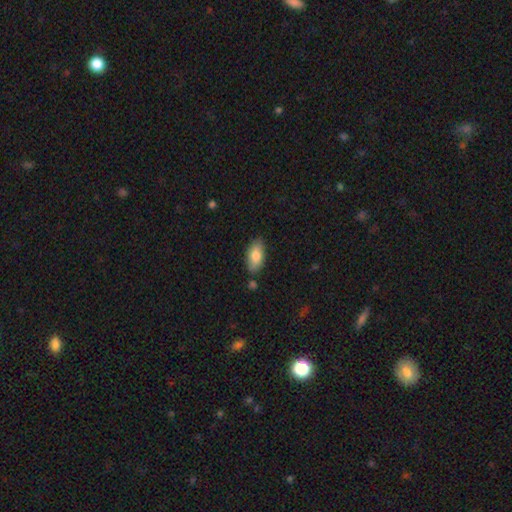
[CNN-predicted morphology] Q: Smooth or featured?
A: smooth (81%); runner-up: featured or disk (12%)
Q: How rounded?
A: in between (91%); runner-up: cigar-shaped (6%)
Q: Merging?
A: none (79%); runner-up: minor disturbance (15%)